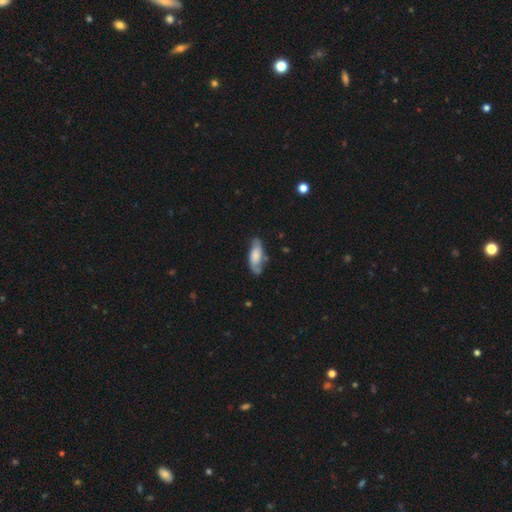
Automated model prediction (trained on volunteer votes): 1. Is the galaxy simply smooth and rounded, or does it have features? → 50% smooth, 43% featured or disk, 7% star or artifact.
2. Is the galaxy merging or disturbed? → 68% none, 23% minor disturbance, 7% major disturbance, 3% merger.